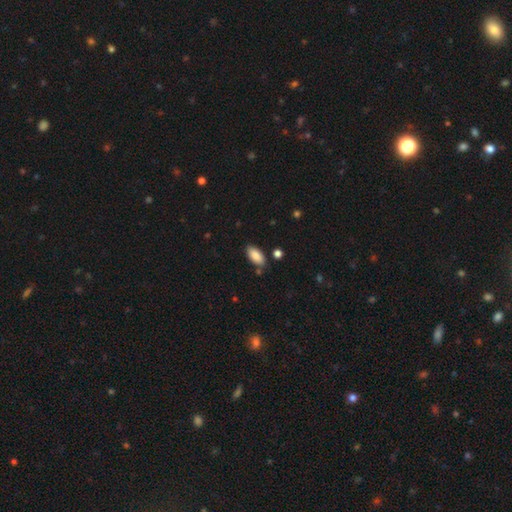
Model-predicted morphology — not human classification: This appears to be a smooth galaxy with no disk features (87%) that is in between round and cigar-shaped (92%). Merging: none (82%).